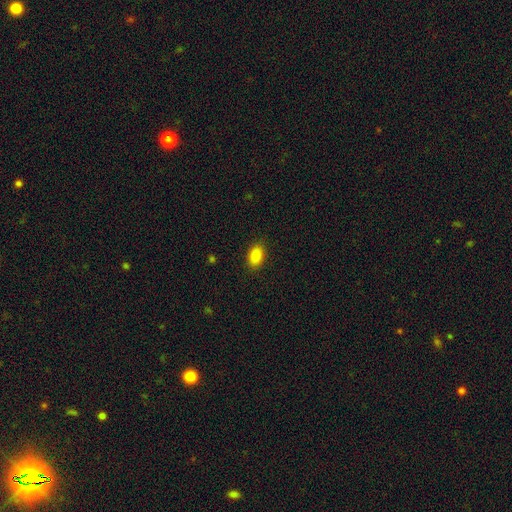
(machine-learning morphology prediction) Smooth or featured? Predicted: smooth (p=0.88). How rounded? Predicted: in between (p=0.89). Merging? Predicted: none (p=0.89).